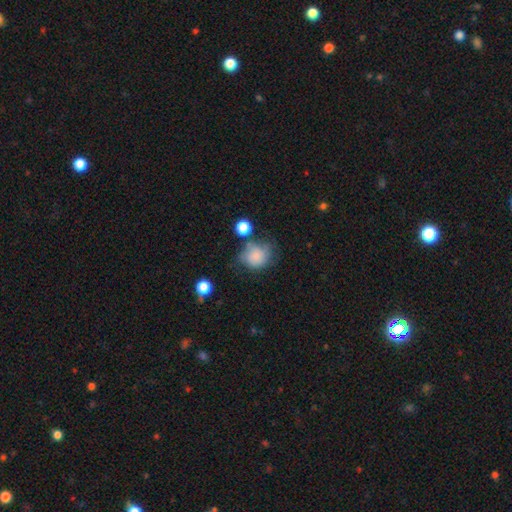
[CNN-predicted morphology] smooth_or_featured: smooth (p=0.75) [alt: featured or disk p=0.14]
how_rounded: round (p=0.67) [alt: in between p=0.32]
merging: none (p=0.45) [alt: minor disturbance p=0.29]